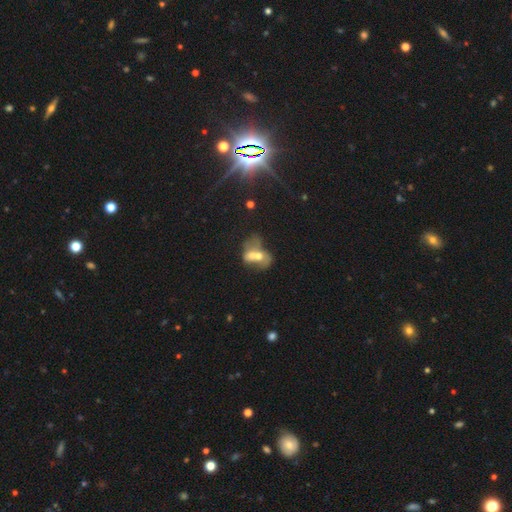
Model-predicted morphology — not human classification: Smooth or featured?
  - smooth: 51% *
  - featured or disk: 37%
  - star or artifact: 12%
How rounded?
  - in between: 72% *
  - round: 26%
  - cigar-shaped: 2%
Merging?
  - merger: 73% *
  - none: 11%
  - major disturbance: 10%
  - minor disturbance: 6%